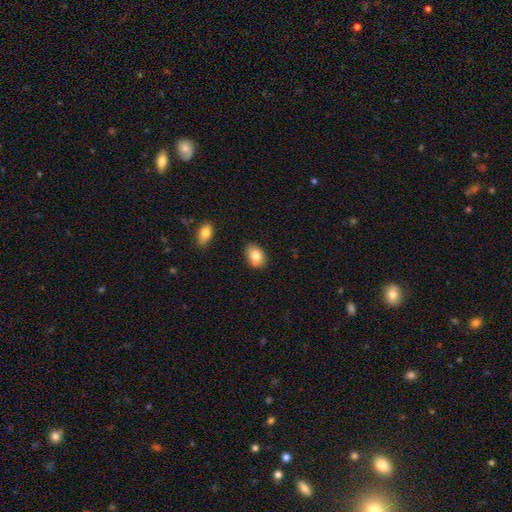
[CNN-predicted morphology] Smooth or featured?
  - smooth: 82% *
  - featured or disk: 10%
  - star or artifact: 8%
How rounded?
  - in between: 77% *
  - round: 22%
  - cigar-shaped: 1%
Merging?
  - none: 83% *
  - minor disturbance: 12%
  - merger: 2%
  - major disturbance: 2%